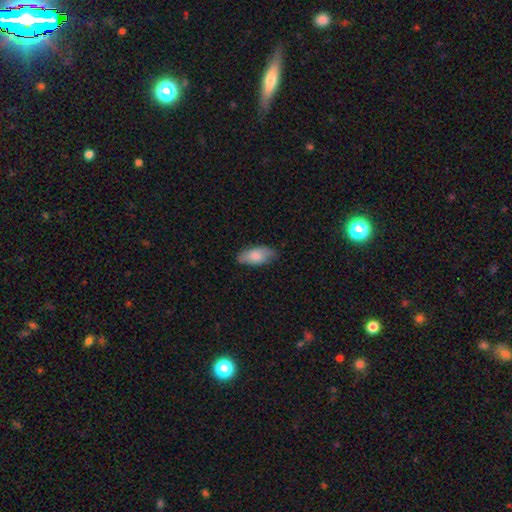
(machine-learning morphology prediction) This appears to be a smooth galaxy with no disk features (80%) that is in between round and cigar-shaped (91%). Merging: none (78%).